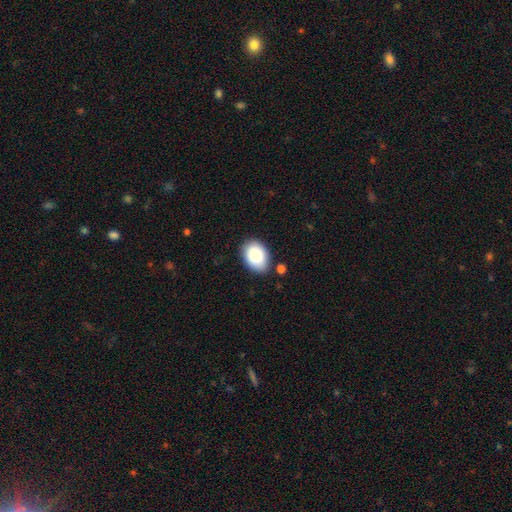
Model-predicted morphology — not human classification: smooth-or-featured: smooth: 87% | star or artifact: 7% | featured or disk: 6%
  how-rounded: in between: 82% | round: 17% | cigar-shaped: 1%
  merging: none: 81% | minor disturbance: 13% | merger: 3% | major disturbance: 3%